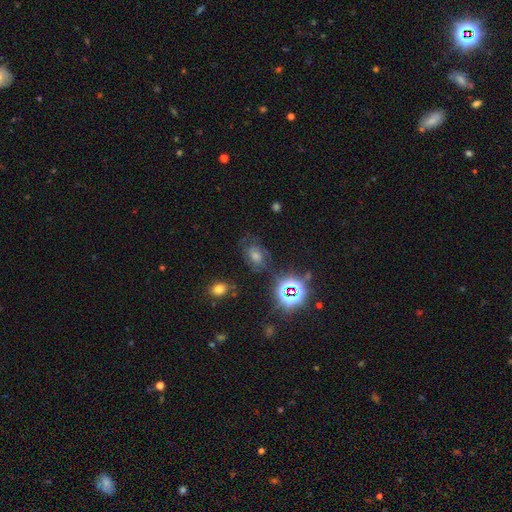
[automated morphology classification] smooth_or_featured: star or artifact (p=0.49) [alt: smooth p=0.28]